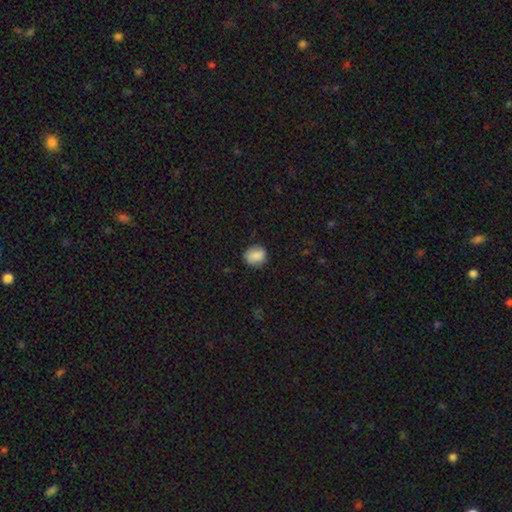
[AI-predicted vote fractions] A smooth galaxy with no disk features (85%) that is round (71%). Merging: none (81%).